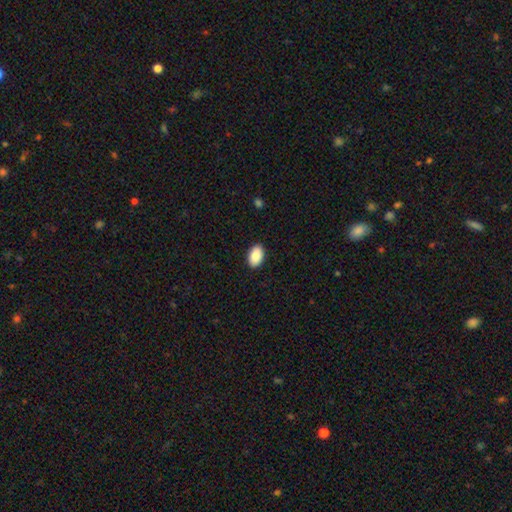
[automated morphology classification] This is clearly a smooth galaxy (90%). How rounded: clearly in between (93%). Merging: clearly none (90%).